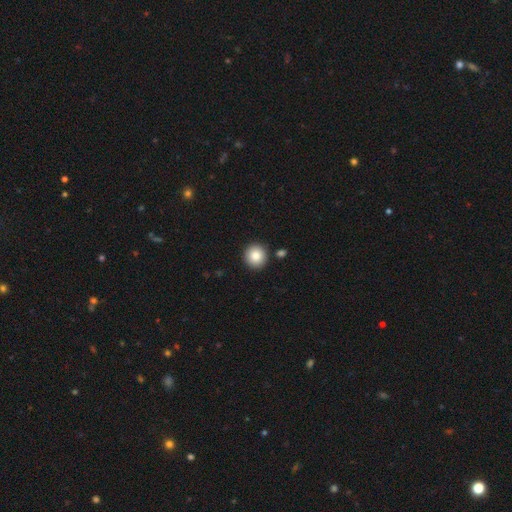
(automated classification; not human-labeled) smooth_or_featured: smooth (p=0.85) [alt: star or artifact p=0.08]
how_rounded: round (p=0.93) [alt: in between p=0.06]
merging: none (p=0.88) [alt: minor disturbance p=0.06]